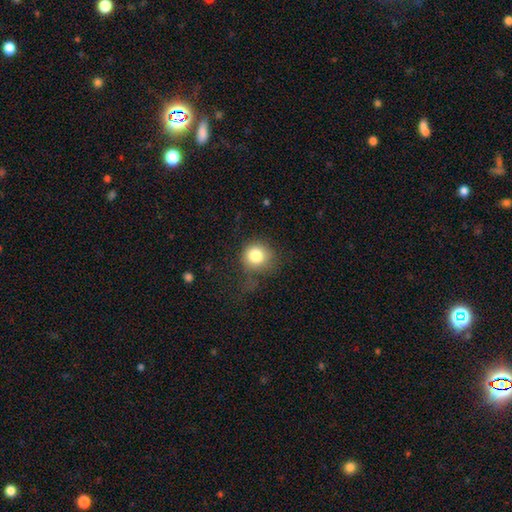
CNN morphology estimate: smooth 81%, star or artifact 11%, featured or disk 8%. Down the decision tree: how rounded — round (88%); merging — none (58%).